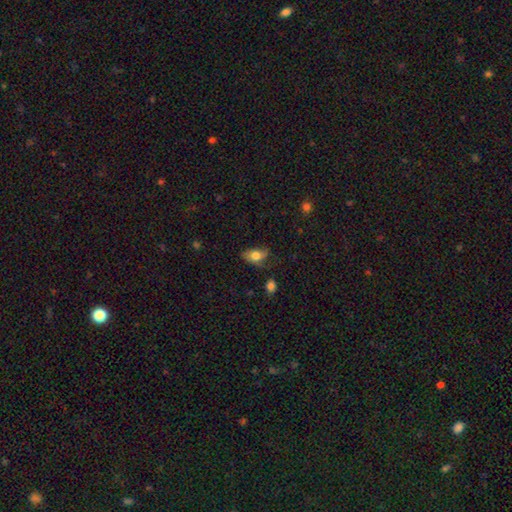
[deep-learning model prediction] smooth-or-featured: smooth: 69% | featured or disk: 22% | star or artifact: 8%
  how-rounded: in between: 87% | round: 8% | cigar-shaped: 4%
  merging: none: 48% | minor disturbance: 33% | major disturbance: 16% | merger: 3%